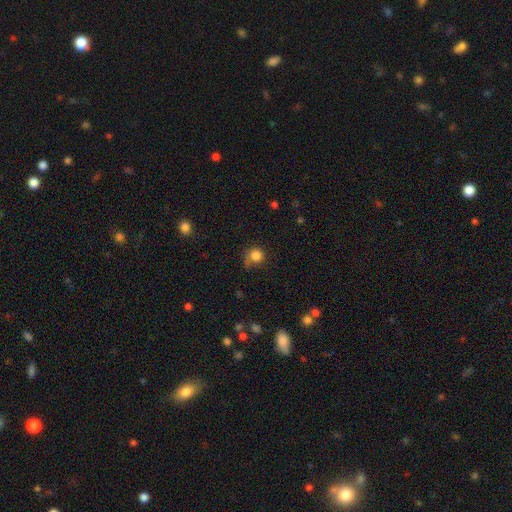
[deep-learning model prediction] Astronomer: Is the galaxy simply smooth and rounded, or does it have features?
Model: smooth — 82%.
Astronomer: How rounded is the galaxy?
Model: round — 88%.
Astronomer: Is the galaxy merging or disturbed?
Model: none — 59%.